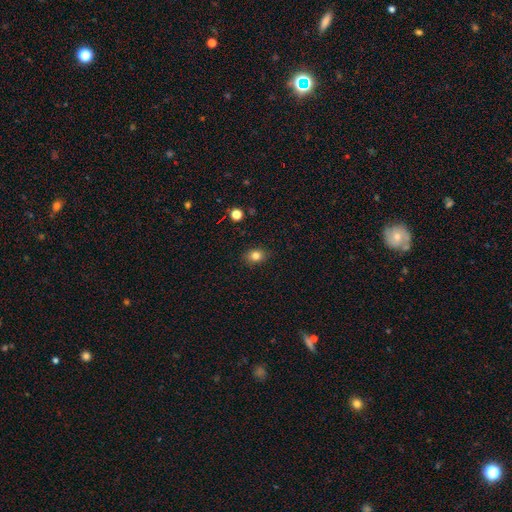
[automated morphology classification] smooth 82%, star or artifact 12%, featured or disk 7%. Down the decision tree: how rounded — in between (58%); merging — none (87%).